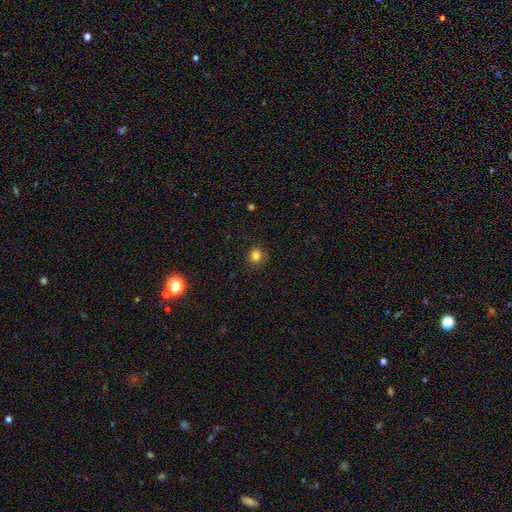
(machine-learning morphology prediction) Smooth or featured: smooth — 82% (star or artifact — 13%)
How rounded: round — 89% (in between — 10%)
Merging: none — 89% (minor disturbance — 8%)